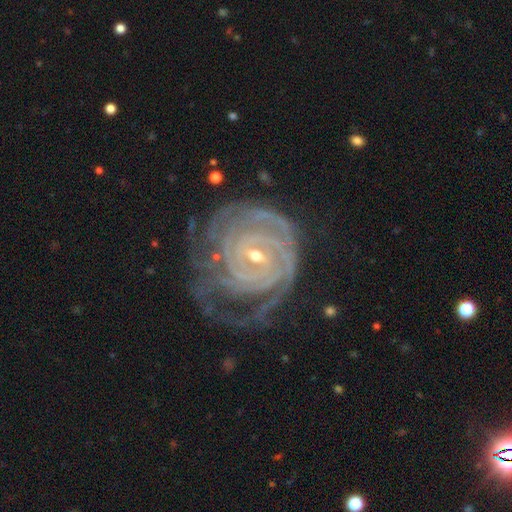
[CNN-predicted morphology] This is clearly a featured or disk galaxy (91%). It is clearly not viewed edge-on (97%). Bar: marginally weak (45%). Spiral arm pattern: clearly yes (98%). Spiral arm count: marginally can't tell (24%). Spiral winding: clearly tight (85%). Central bulge: likely small (61%). Merging: likely none (60%).